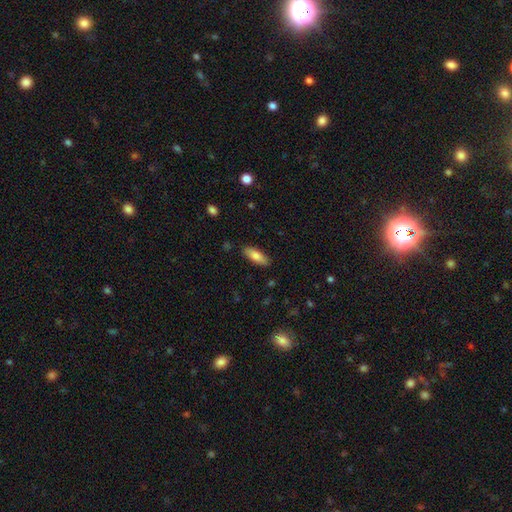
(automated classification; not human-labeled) This is likely a smooth galaxy (78%). How rounded: likely in between (63%). Merging: clearly none (87%).